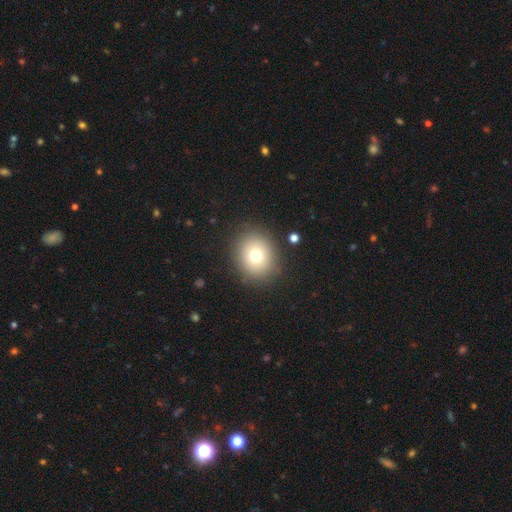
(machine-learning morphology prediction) This appears to be a smooth galaxy with no disk features (73%) that is round (75%). Merging: none (86%).